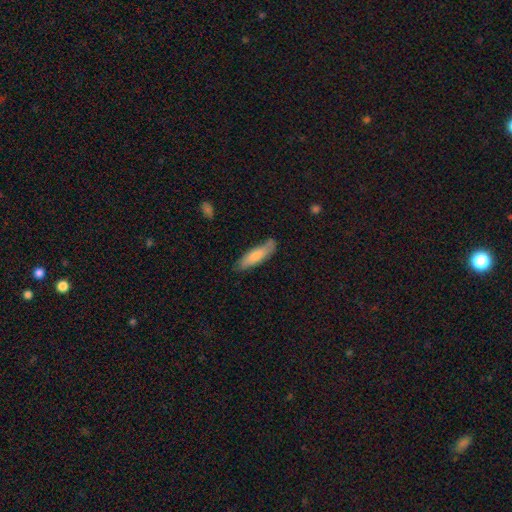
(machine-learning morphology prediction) smooth_or_featured: smooth (p=0.76) [alt: featured or disk p=0.19]
how_rounded: cigar-shaped (p=0.59) [alt: in between p=0.40]
merging: none (p=0.72) [alt: minor disturbance p=0.22]